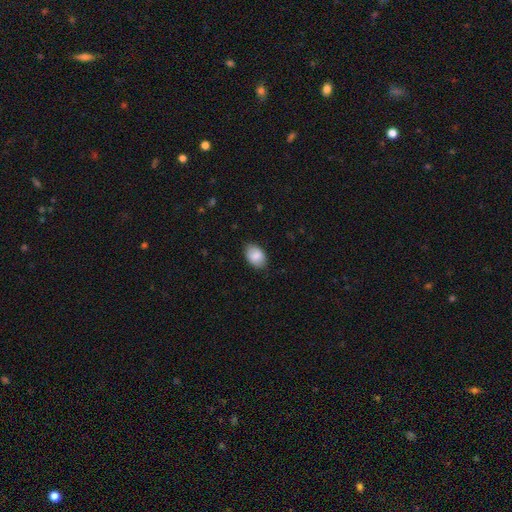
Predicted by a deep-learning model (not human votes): smooth 86%, featured or disk 8%, star or artifact 7%. Down the decision tree: how rounded — in between (87%); merging — none (84%).